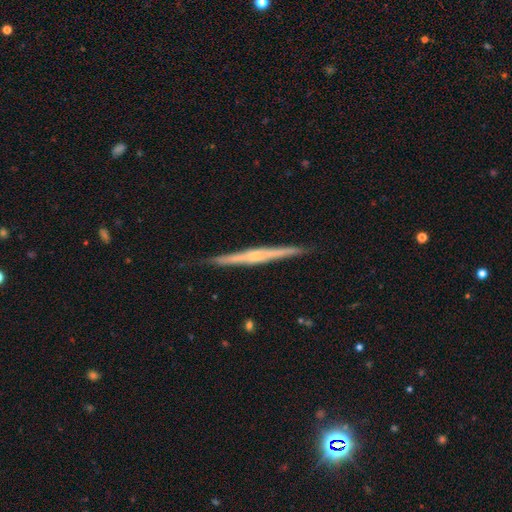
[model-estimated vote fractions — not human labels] This is likely a featured or disk galaxy (79%). It is clearly viewed edge-on (98%). Edge-on bulge: likely rounded (68%). Merging: clearly none (89%).